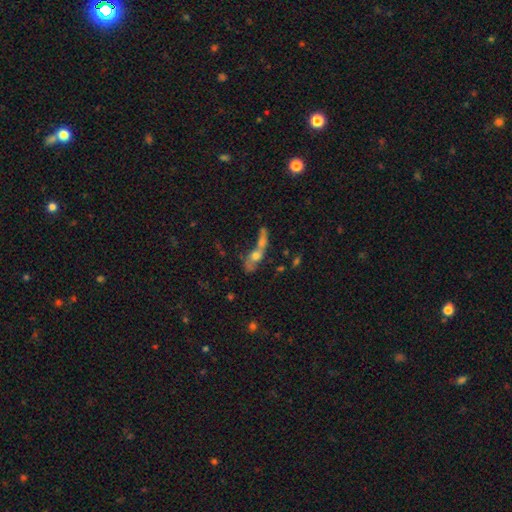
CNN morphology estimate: Smooth or featured? Predicted: featured or disk (p=0.42). Merging? Predicted: merger (p=0.52).